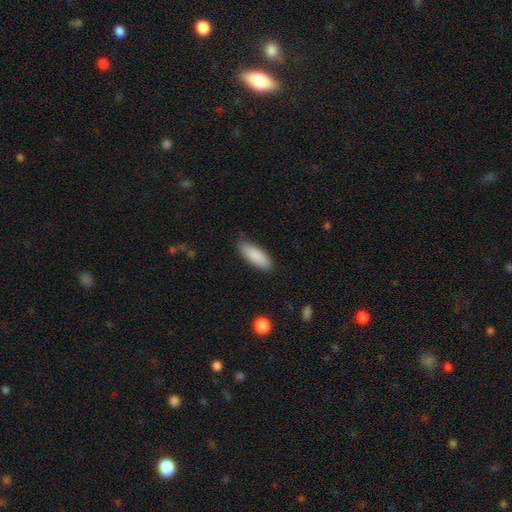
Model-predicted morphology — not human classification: This is clearly a smooth galaxy (88%). How rounded: likely in between (65%). Merging: clearly none (85%).